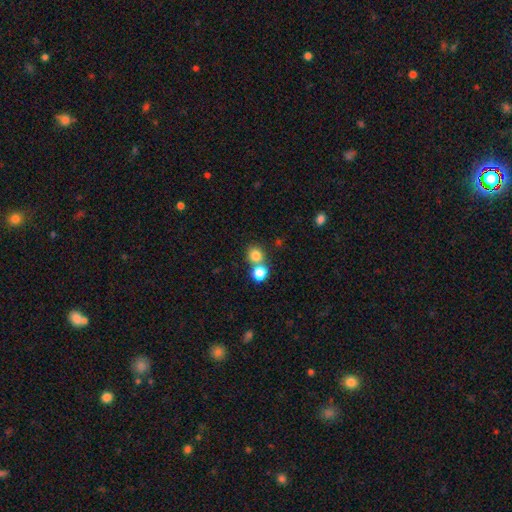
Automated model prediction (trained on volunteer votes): This appears to be a smooth galaxy with no disk features (80%) that is round (87%). Merging: none (57%).